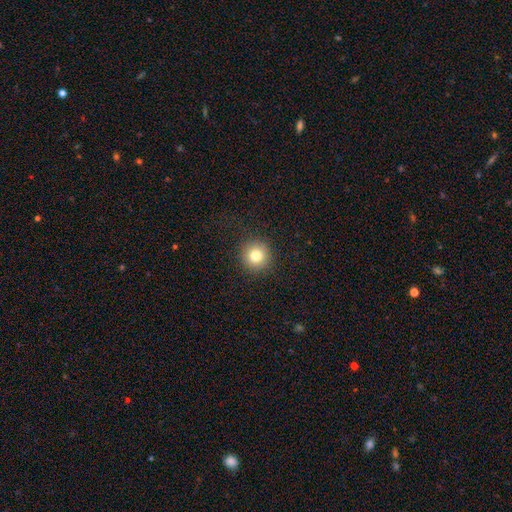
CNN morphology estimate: Smooth or featured? Predicted: smooth (p=0.80). How rounded? Predicted: round (p=0.95). Merging? Predicted: none (p=0.91).